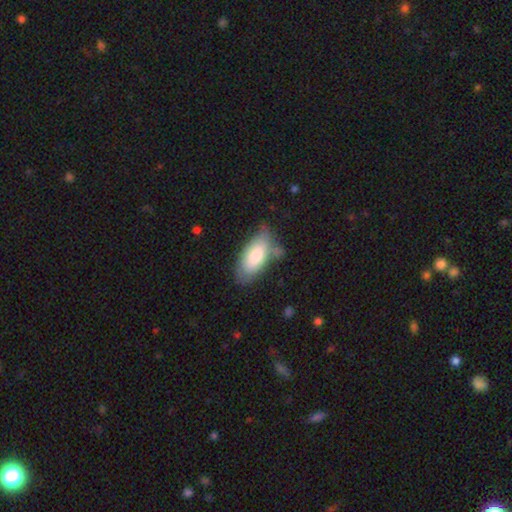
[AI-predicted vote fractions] This is likely a smooth galaxy (79%). How rounded: clearly in between (88%). Merging: likely none (62%).